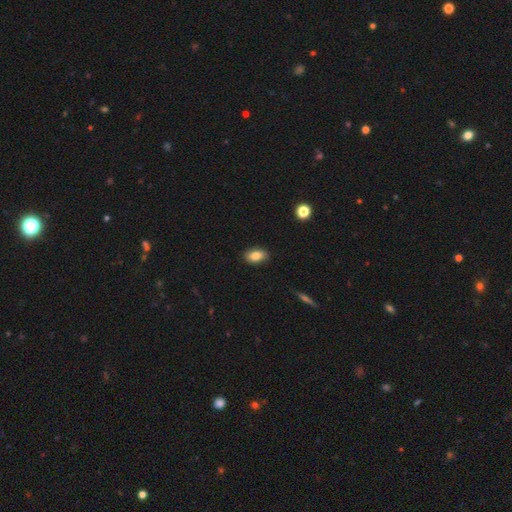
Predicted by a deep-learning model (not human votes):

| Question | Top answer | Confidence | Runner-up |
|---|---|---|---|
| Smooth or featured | smooth | 85% | star or artifact (8%) |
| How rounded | in between | 89% | round (9%) |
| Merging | none | 86% | minor disturbance (11%) |